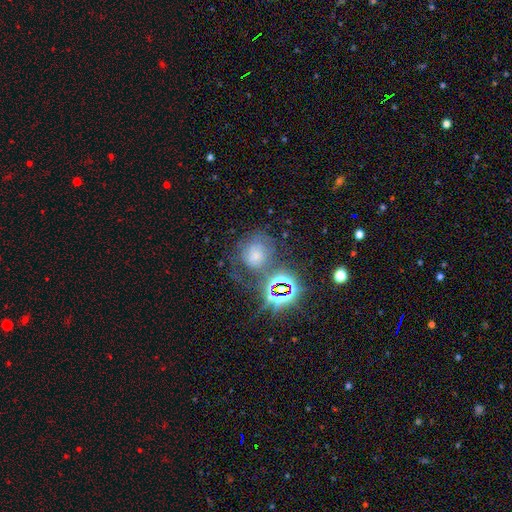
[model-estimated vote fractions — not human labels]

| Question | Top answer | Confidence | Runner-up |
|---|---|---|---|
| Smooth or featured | smooth | 40% | star or artifact (34%) |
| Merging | none | 48% | major disturbance (21%) |